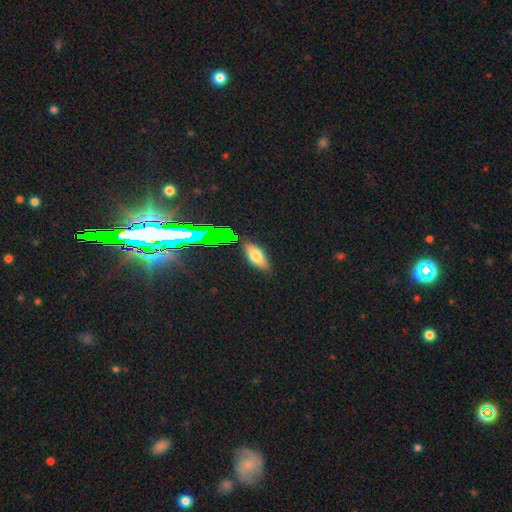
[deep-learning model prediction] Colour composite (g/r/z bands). It shows a smooth galaxy with no disk features (64%) that is in between round and cigar-shaped (75%). Merging: none (84%).